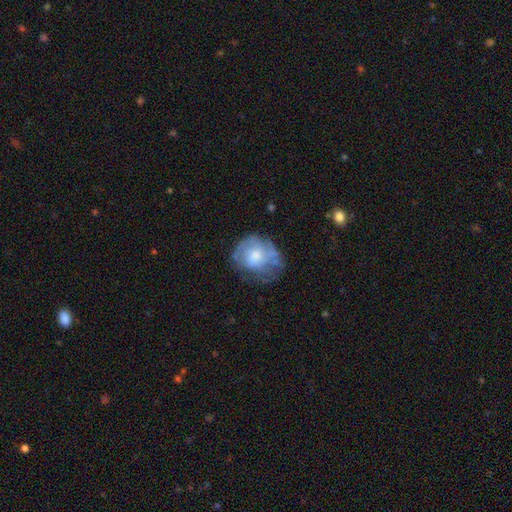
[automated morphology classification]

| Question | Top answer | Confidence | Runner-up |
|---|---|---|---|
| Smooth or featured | smooth | 51% | featured or disk (41%) |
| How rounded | round | 64% | in between (35%) |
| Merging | none | 43% | minor disturbance (30%) |